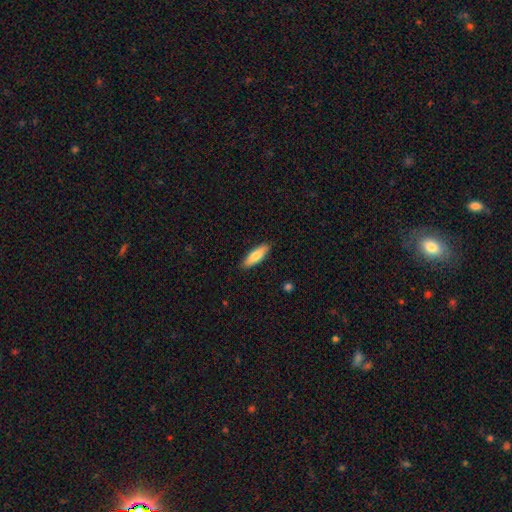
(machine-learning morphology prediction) Smooth or featured? smooth (78%)
How rounded? cigar-shaped (50%)
Merging? none (88%)